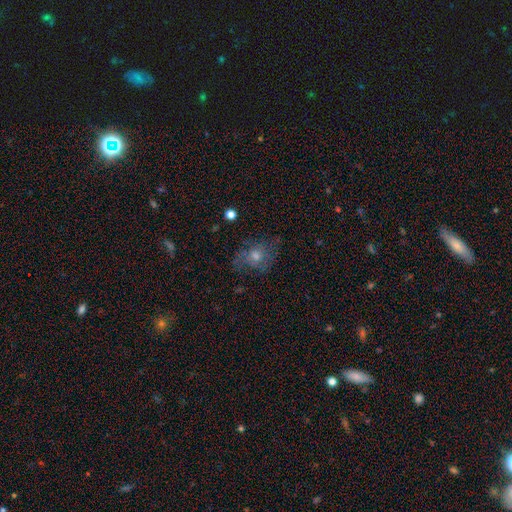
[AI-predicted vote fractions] The model was most divided on "smooth or featured": smooth: 46%, featured or disk: 39%, star or artifact: 15%. More confident: merging — none (62%).